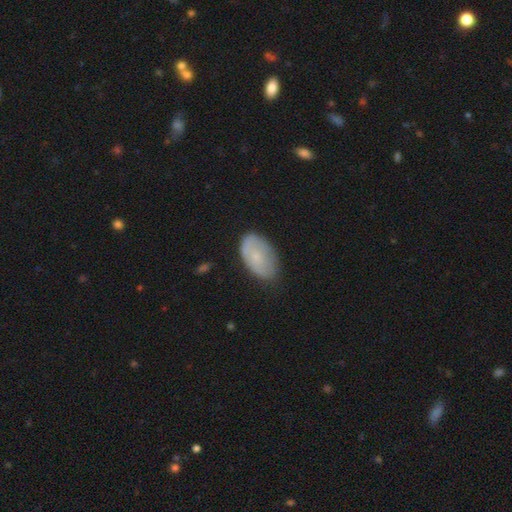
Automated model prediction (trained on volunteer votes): A smooth galaxy with no disk features (64%) that is in between round and cigar-shaped (92%). Merging: none (69%).